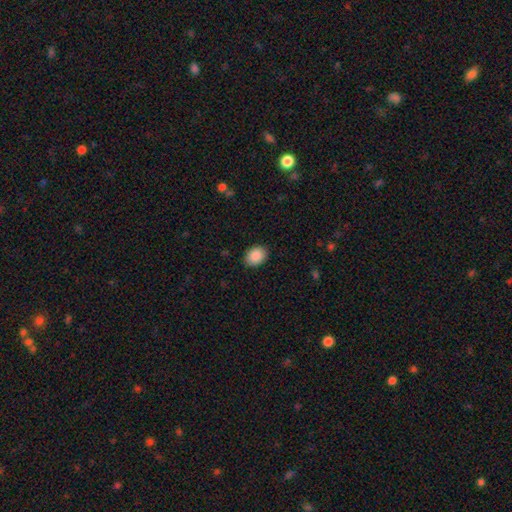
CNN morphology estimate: Smooth or featured? smooth (90%)
How rounded? in between (64%)
Merging? none (88%)